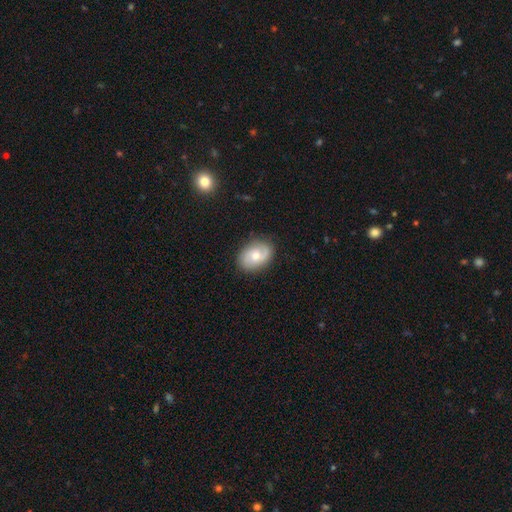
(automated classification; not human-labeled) Smooth or featured: featured or disk — 54% (smooth — 39%)
Edge-on disk: no — 96% (yes — 4%)
Bar: no — 66% (weak — 30%)
Spiral arms: yes — 83% (no — 17%)
Bulge size: moderate — 68% (small — 24%)
Merging: none — 82% (minor disturbance — 13%)